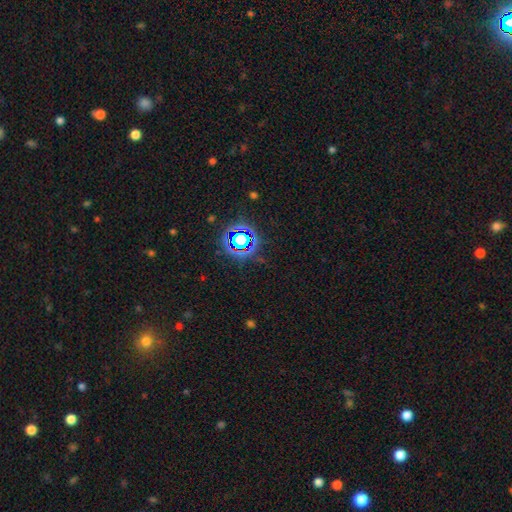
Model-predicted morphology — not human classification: A star or artifact, not a galaxy (71%).

Vote fractions:
- Smooth or featured? star or artifact: 71% / smooth: 21% / featured or disk: 8%